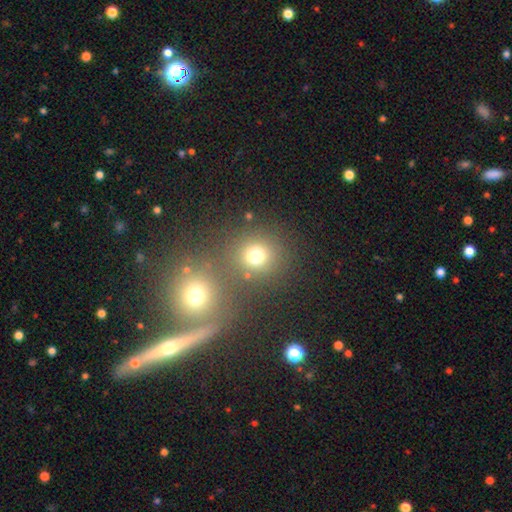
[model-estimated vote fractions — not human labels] Smooth or featured? smooth (72%)
How rounded? round (86%)
Merging? none (65%)